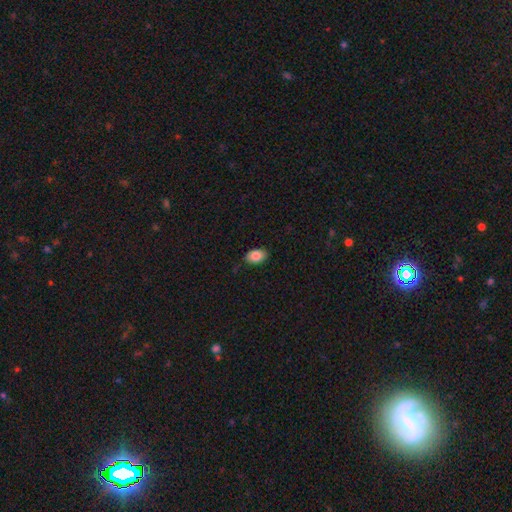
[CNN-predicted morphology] Smooth or featured? Predicted: smooth (p=0.86). How rounded? Predicted: in between (p=0.89). Merging? Predicted: none (p=0.86).